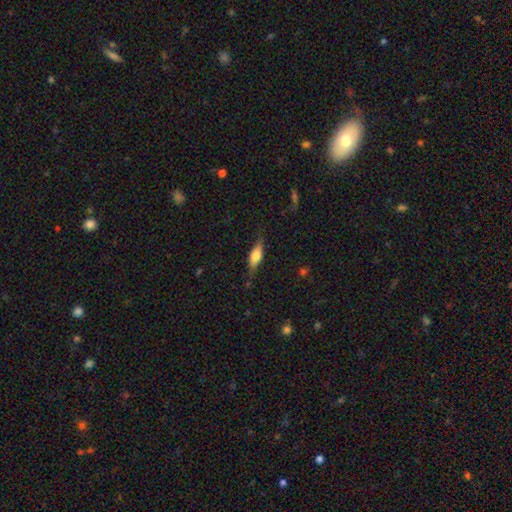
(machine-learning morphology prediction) Smooth or featured?
  - smooth: 55% *
  - featured or disk: 38%
  - star or artifact: 7%
How rounded?
  - in between: 60% *
  - cigar-shaped: 37%
  - round: 4%
Merging?
  - none: 76% *
  - minor disturbance: 18%
  - major disturbance: 5%
  - merger: 1%